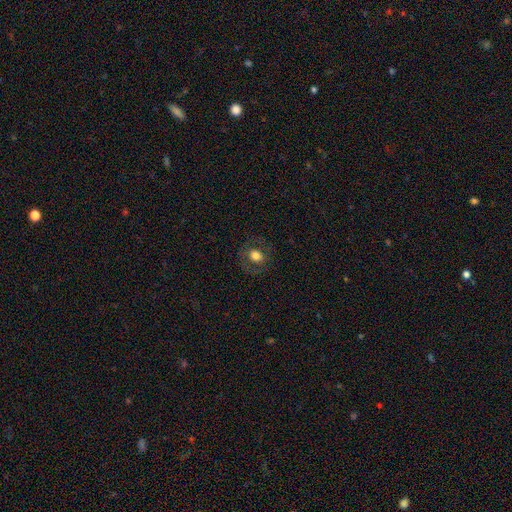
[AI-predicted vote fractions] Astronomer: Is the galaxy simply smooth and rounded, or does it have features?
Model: smooth — 69%.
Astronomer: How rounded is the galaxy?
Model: round — 63%.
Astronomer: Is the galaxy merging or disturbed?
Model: none — 82%.